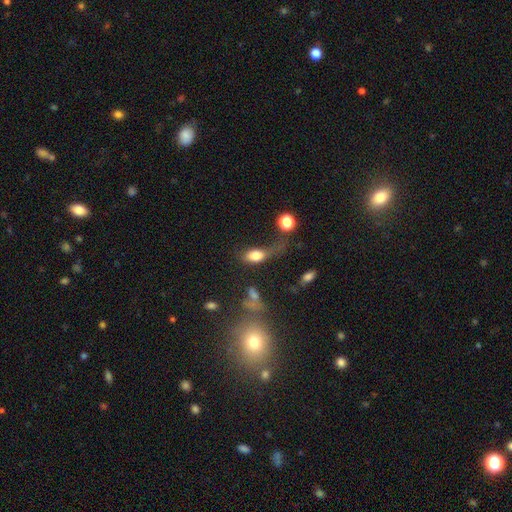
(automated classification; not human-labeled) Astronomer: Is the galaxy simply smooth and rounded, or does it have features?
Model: smooth — 77%.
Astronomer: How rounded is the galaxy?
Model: in between — 82%.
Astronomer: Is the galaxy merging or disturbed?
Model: major disturbance — 39% (runner-up: none, 26%).